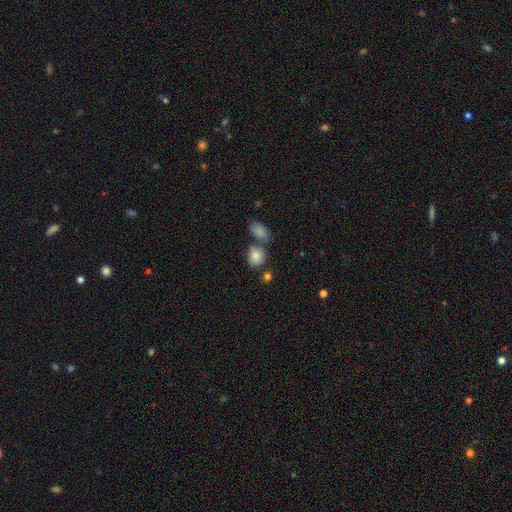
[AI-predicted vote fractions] Smooth or featured? Predicted: smooth (p=0.83). How rounded? Predicted: round (p=0.58). Merging? Predicted: none (p=0.55).